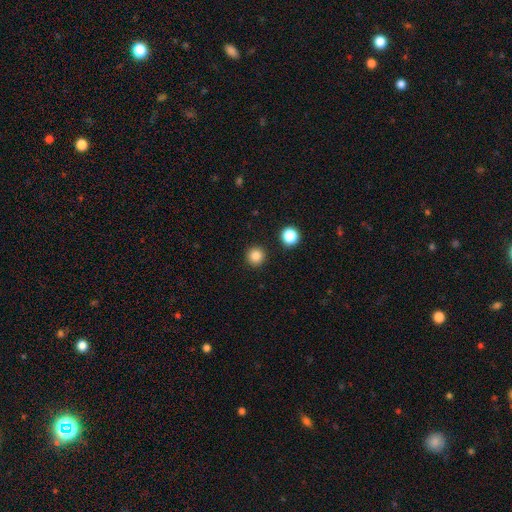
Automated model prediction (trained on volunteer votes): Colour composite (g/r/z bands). It shows a smooth galaxy with no disk features (85%) that is round (95%). Merging: none (92%).